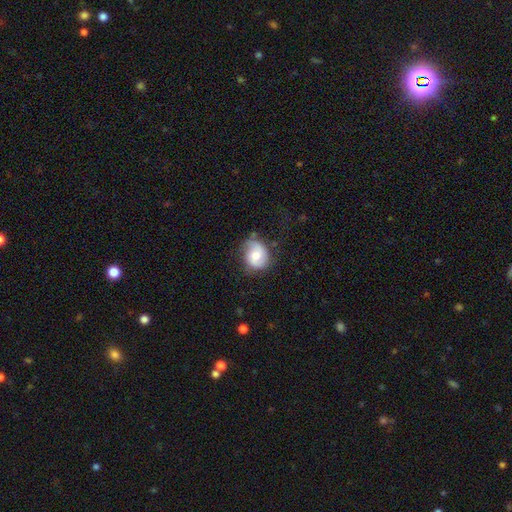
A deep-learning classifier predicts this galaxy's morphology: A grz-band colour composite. It shows a smooth galaxy with no disk features (52%) that is round (62%). Merging: none (59%).